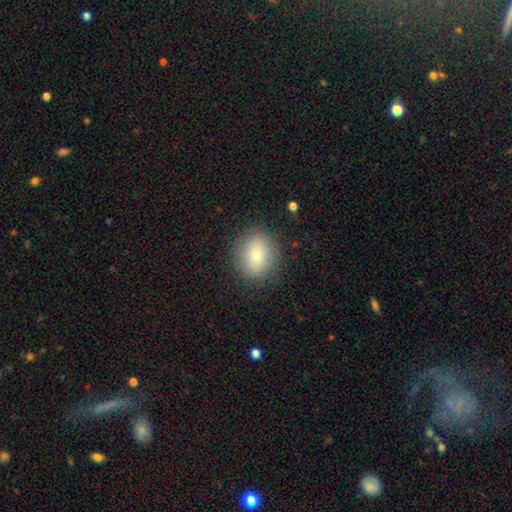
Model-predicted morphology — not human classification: Overall: smooth (81%). How rounded: round (57%; in between 42%). Merging: none (86%).